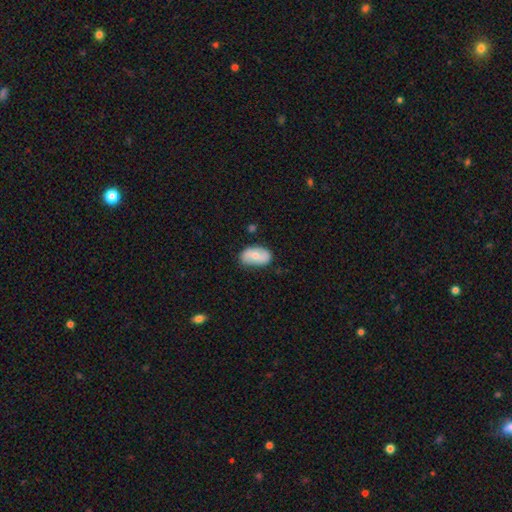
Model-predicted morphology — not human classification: A smooth galaxy with no disk features (59%) that is in between round and cigar-shaped (92%).

Vote fractions:
- Smooth or featured? smooth: 59% / featured or disk: 35% / star or artifact: 6%
- How rounded? in between: 92% / round: 6% / cigar-shaped: 2%
- Merging? none: 74% / minor disturbance: 21% / major disturbance: 4% / merger: 2%